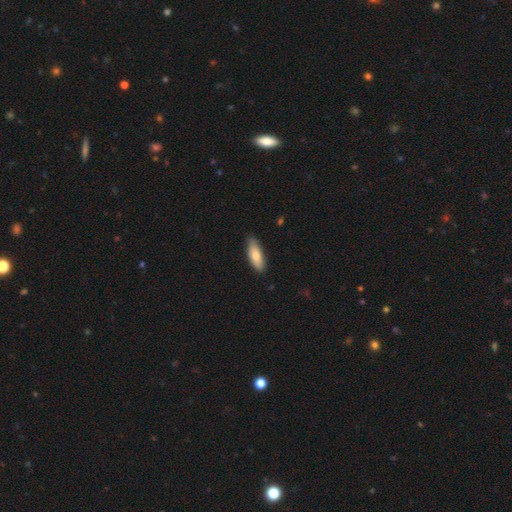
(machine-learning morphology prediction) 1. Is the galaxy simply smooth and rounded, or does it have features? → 80% smooth, 15% featured or disk, 6% star or artifact.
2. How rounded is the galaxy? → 64% in between, 35% cigar-shaped, 2% round.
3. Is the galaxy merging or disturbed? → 85% none, 12% minor disturbance, 2% major disturbance, 1% merger.